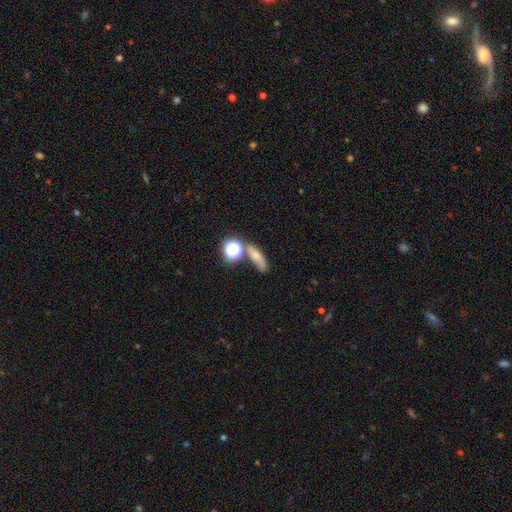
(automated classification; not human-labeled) smooth_or_featured: smooth (p=0.66) [alt: star or artifact p=0.18]
how_rounded: in between (p=0.45) [alt: cigar-shaped p=0.33]
merging: none (p=0.56) [alt: merger p=0.19]